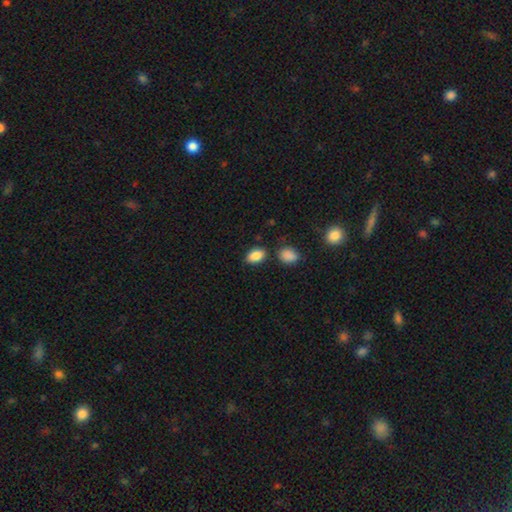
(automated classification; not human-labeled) smooth-or-featured: smooth: 87% | star or artifact: 8% | featured or disk: 4%
  how-rounded: in between: 88% | round: 10% | cigar-shaped: 2%
  merging: none: 78% | minor disturbance: 13% | merger: 6% | major disturbance: 3%